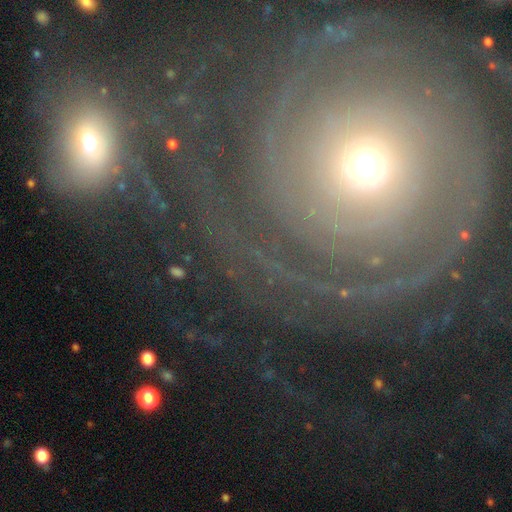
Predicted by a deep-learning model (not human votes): Smooth or featured? Predicted: featured or disk (p=0.74). Edge-on disk? Predicted: no (p=0.95). Bar? Predicted: no (p=0.79). Spiral arms? Predicted: yes (p=0.86). Spiral winding? Predicted: tight (p=0.72). Spiral arm count? Predicted: can't tell (p=0.33). Bulge size? Predicted: small (p=0.51). Merging? Predicted: none (p=0.66).